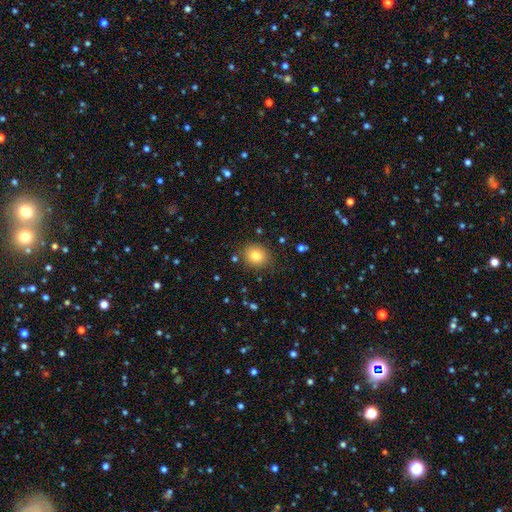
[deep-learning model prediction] A smooth galaxy with no disk features (80%) that is round (80%).

Vote fractions:
- Smooth or featured? smooth: 80% / star or artifact: 12% / featured or disk: 9%
- How rounded? round: 80% / in between: 20% / cigar-shaped: 1%
- Merging? none: 85% / minor disturbance: 10% / major disturbance: 3% / merger: 2%